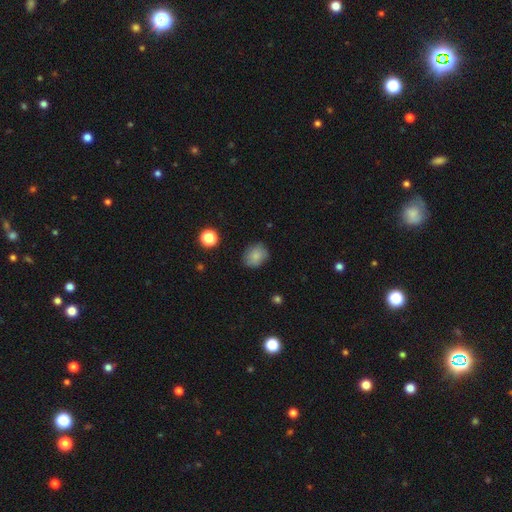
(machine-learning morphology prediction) Smooth or featured: smooth — 83% (star or artifact — 9%)
How rounded: round — 53% (in between — 46%)
Merging: none — 79% (minor disturbance — 16%)